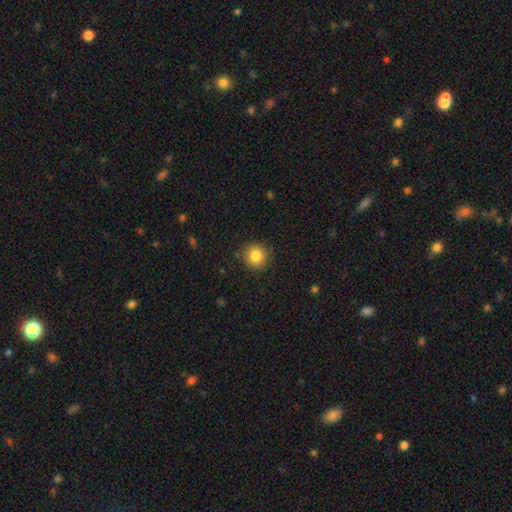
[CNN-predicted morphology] The model was most divided on "smooth or featured": smooth: 84%, star or artifact: 10%, featured or disk: 6%. More confident: how rounded — round (92%); merging — none (89%).